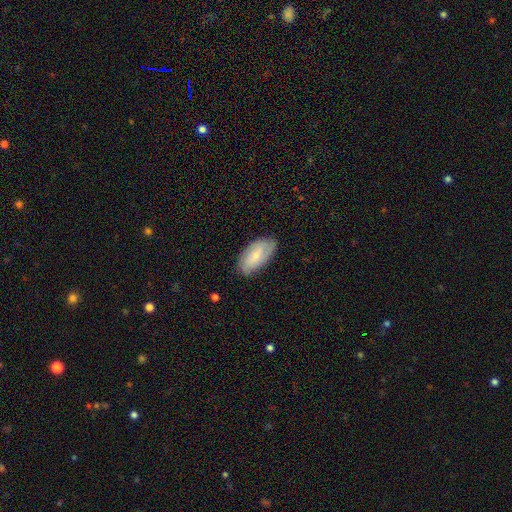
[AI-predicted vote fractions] This appears to be a smooth galaxy with no disk features (61%) that is in between round and cigar-shaped (93%). Merging: none (79%).